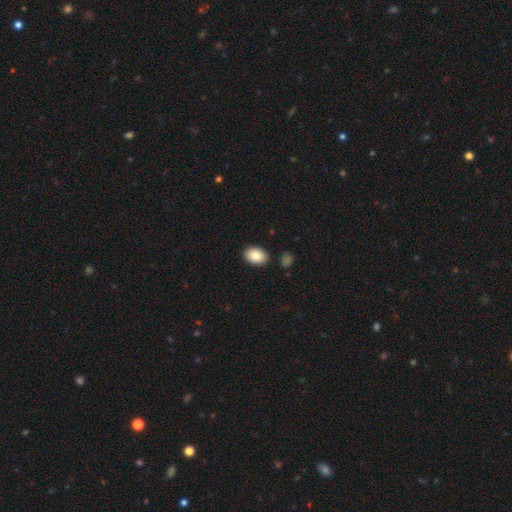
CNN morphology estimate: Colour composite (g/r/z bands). It shows a smooth galaxy with no disk features (87%) that is in between round and cigar-shaped (83%). Merging: none (88%).